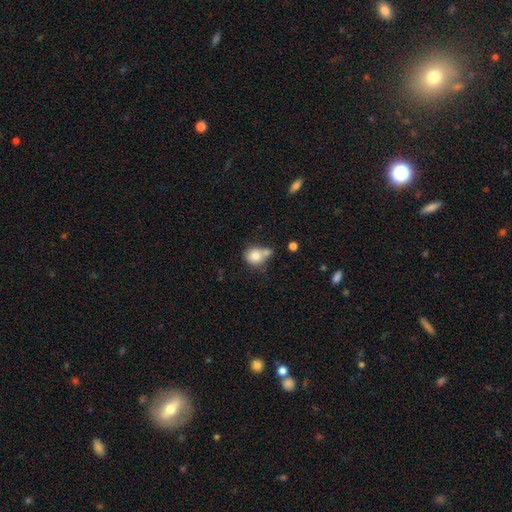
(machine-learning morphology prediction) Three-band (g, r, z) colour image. It shows a smooth galaxy with no disk features (78%) that is round (77%). Merging: none (43%).